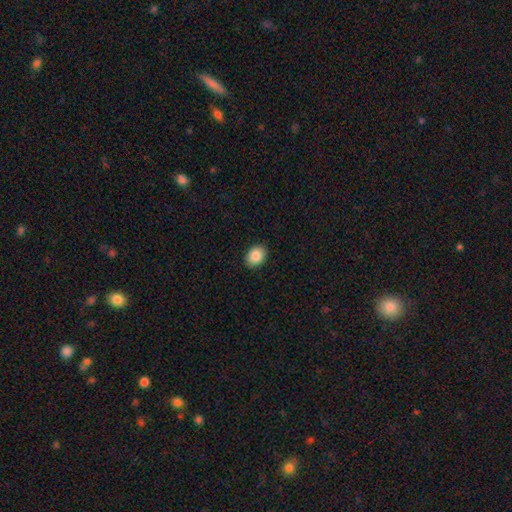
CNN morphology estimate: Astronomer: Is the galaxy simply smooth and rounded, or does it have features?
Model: smooth — 87%.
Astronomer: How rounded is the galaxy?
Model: in between — 67%.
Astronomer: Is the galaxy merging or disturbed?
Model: none — 90%.